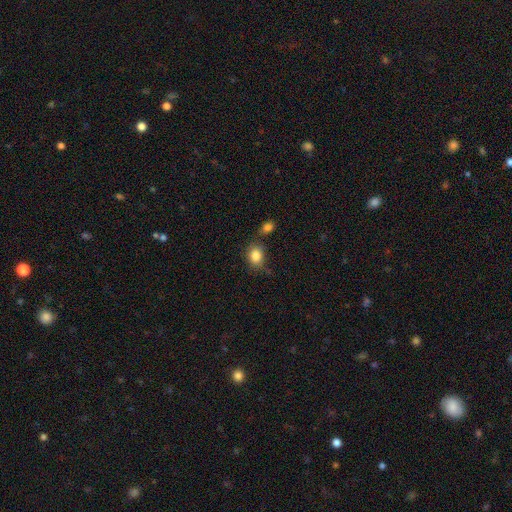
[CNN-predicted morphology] smooth-or-featured: smooth: 85% | star or artifact: 9% | featured or disk: 6%
  how-rounded: in between: 57% | round: 42% | cigar-shaped: 1%
  merging: none: 69% | minor disturbance: 16% | merger: 11% | major disturbance: 4%